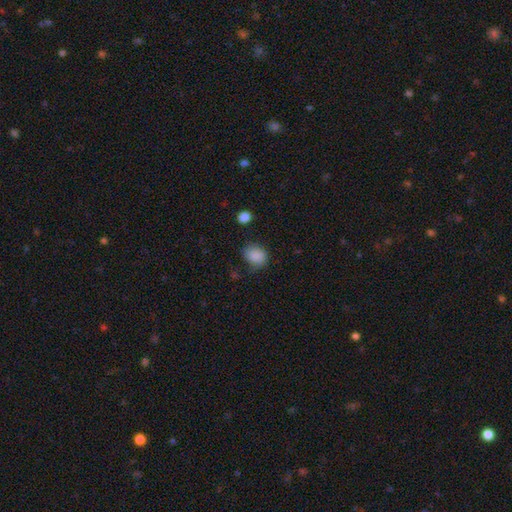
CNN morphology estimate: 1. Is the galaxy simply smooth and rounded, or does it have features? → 86% smooth, 9% star or artifact, 5% featured or disk.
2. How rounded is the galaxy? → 51% round, 48% in between, 1% cigar-shaped.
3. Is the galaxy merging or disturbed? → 67% none, 23% minor disturbance, 7% major disturbance, 3% merger.